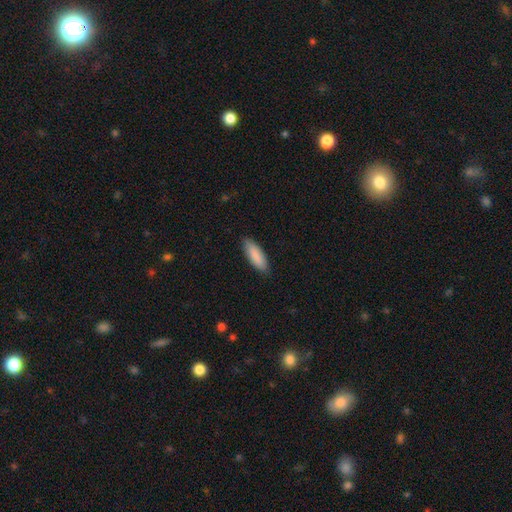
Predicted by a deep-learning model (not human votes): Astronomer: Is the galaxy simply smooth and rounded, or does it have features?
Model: smooth — 88%.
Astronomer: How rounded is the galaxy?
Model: in between — 60% (runner-up: cigar-shaped, 39%).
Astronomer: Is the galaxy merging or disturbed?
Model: none — 85%.